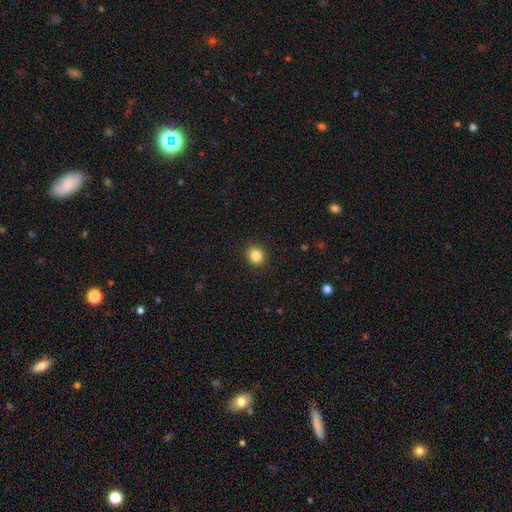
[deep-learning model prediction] The model was most divided on "how rounded": round: 66%, in between: 33%, cigar-shaped: 1%. More confident: merging — none (91%); smooth or featured — smooth (85%).